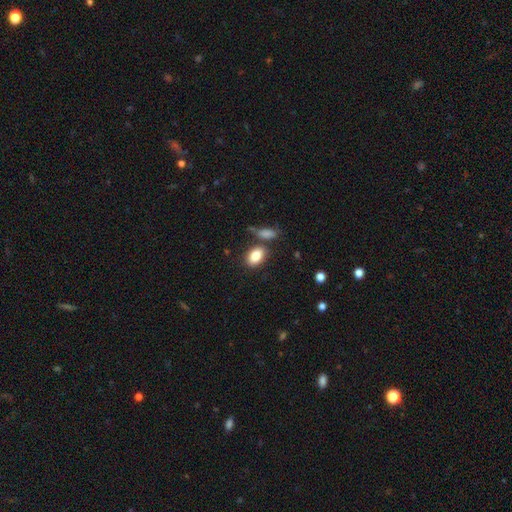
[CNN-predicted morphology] A smooth galaxy with no disk features (85%) that is in between round and cigar-shaped (86%). Merging: none (69%).